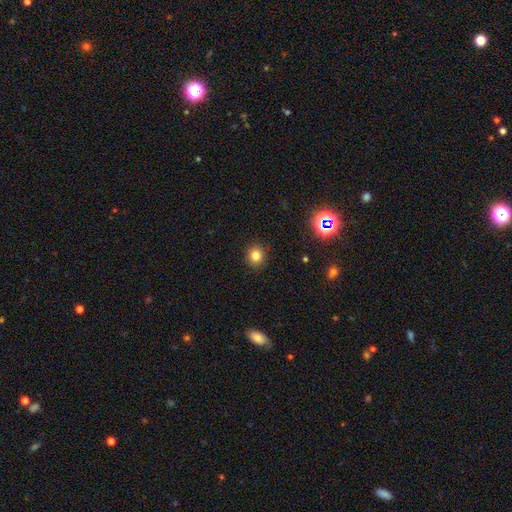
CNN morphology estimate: Smooth or featured: smooth — 79% (star or artifact — 15%)
How rounded: round — 89% (in between — 10%)
Merging: none — 91% (minor disturbance — 6%)